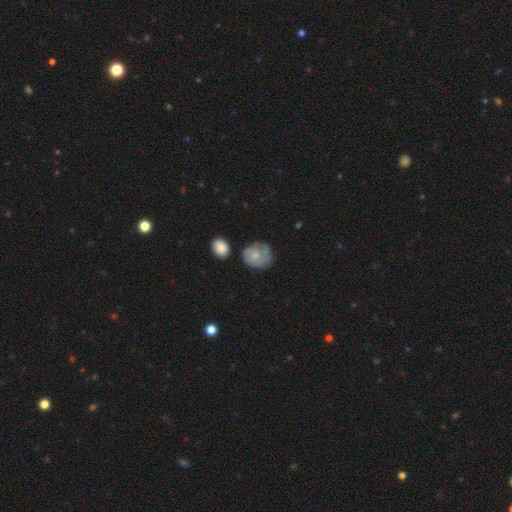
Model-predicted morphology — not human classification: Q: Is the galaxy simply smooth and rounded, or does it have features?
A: smooth — 54%.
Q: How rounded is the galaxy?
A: round — 67%.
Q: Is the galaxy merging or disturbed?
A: none — 50%.